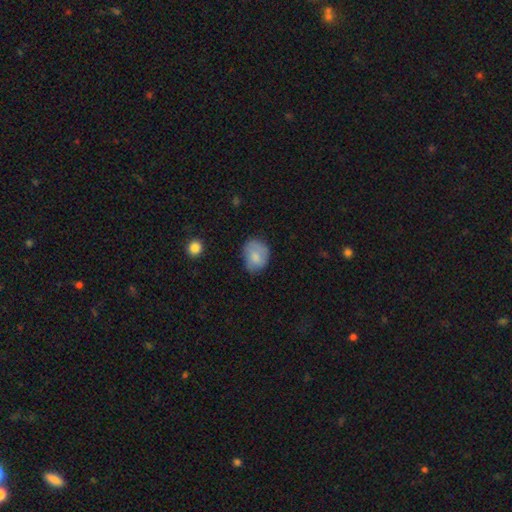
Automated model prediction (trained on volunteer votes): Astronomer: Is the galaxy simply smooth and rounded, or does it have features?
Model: smooth — 78%.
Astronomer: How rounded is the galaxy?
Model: in between — 52% (runner-up: round, 47%).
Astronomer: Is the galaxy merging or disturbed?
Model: none — 61%.